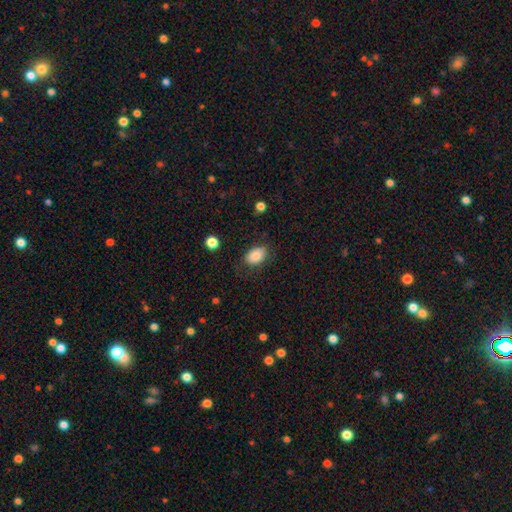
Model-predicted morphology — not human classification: smooth 85%, star or artifact 8%, featured or disk 7%. Down the decision tree: how rounded — in between (87%); merging — none (77%).